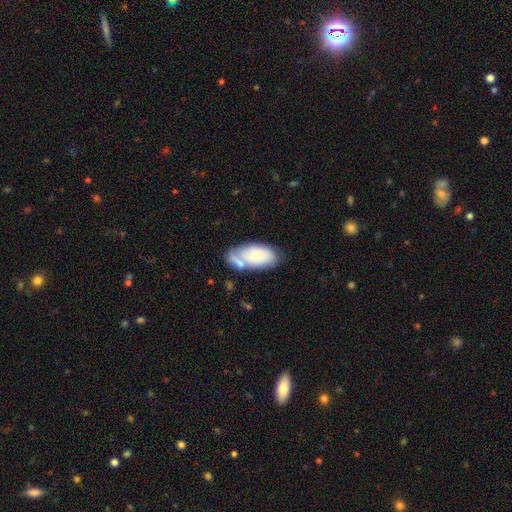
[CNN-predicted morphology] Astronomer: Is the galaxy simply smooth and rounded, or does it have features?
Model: smooth — 67%.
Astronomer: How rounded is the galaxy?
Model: in between — 94%.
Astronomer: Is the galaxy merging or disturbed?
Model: none — 44% (runner-up: merger, 27%).